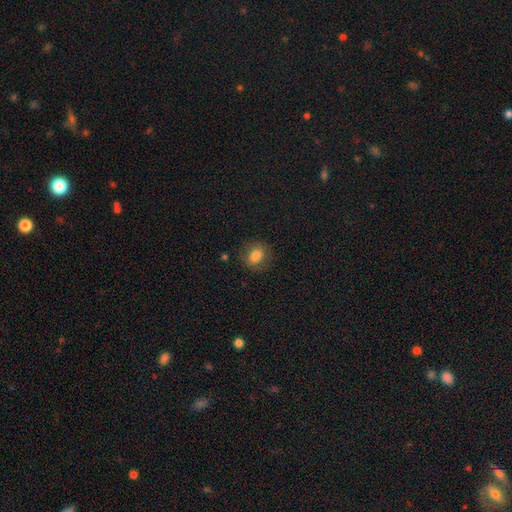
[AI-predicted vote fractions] Q: Smooth or featured?
A: smooth (80%); runner-up: featured or disk (10%)
Q: How rounded?
A: round (50%); runner-up: in between (49%)
Q: Merging?
A: none (82%); runner-up: minor disturbance (12%)